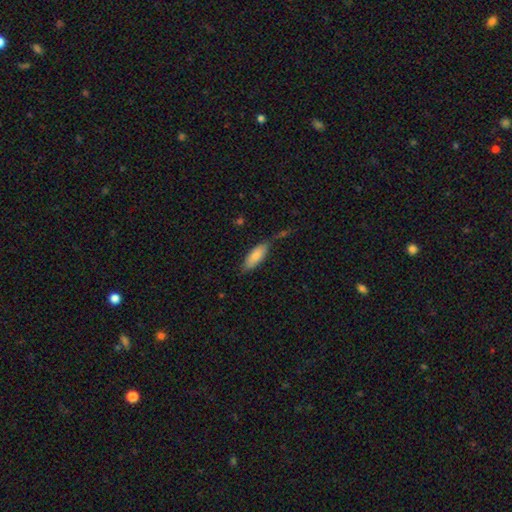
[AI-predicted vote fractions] Q: Smooth or featured?
A: smooth (80%); runner-up: featured or disk (14%)
Q: How rounded?
A: in between (74%); runner-up: cigar-shaped (25%)
Q: Merging?
A: none (60%); runner-up: minor disturbance (26%)